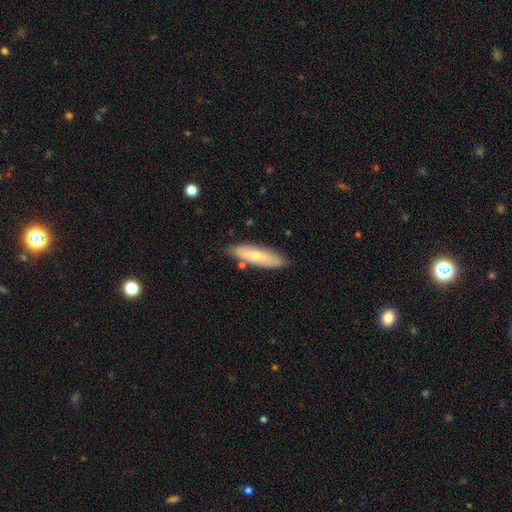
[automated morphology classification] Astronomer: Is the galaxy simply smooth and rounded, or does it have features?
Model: smooth — 70%.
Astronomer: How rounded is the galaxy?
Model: cigar-shaped — 62% (runner-up: in between, 37%).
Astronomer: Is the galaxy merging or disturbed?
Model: none — 81%.